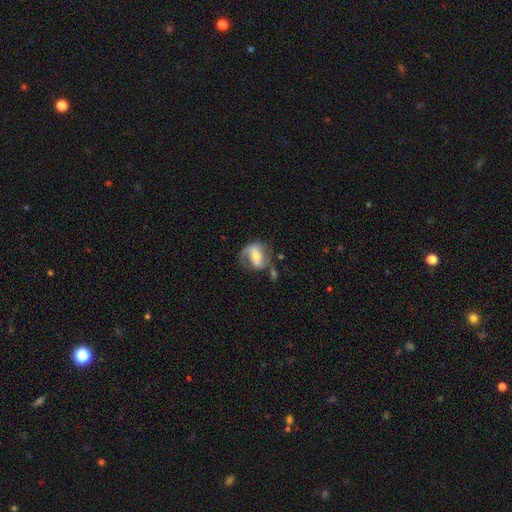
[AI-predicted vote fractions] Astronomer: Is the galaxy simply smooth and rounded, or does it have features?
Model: featured or disk — 68%.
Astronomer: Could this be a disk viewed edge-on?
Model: no — 96%.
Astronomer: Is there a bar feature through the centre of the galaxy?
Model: weak — 38% (runner-up: strong, 33%).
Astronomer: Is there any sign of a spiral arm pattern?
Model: yes — 84%.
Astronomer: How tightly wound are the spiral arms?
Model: medium — 45% (runner-up: loose, 32%).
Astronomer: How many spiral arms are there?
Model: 2 — 65%.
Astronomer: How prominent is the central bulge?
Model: moderate — 52% (runner-up: small, 38%).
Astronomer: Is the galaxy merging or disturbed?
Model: none — 50%.